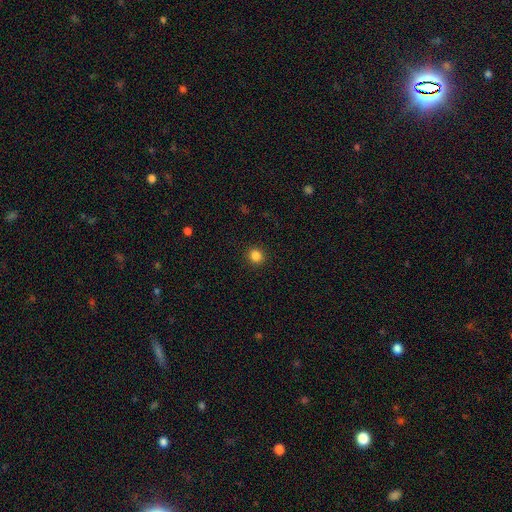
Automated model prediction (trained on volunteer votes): smooth 84%, star or artifact 12%, featured or disk 4%. Down the decision tree: how rounded — round (91%); merging — none (92%).